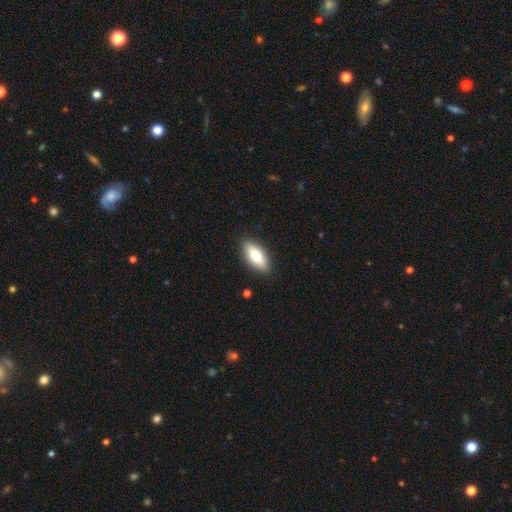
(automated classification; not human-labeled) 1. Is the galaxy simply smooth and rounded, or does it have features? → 70% smooth, 24% featured or disk, 6% star or artifact.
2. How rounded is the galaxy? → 80% in between, 17% cigar-shaped, 3% round.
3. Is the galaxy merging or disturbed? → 89% none, 8% minor disturbance, 2% major disturbance, 1% merger.